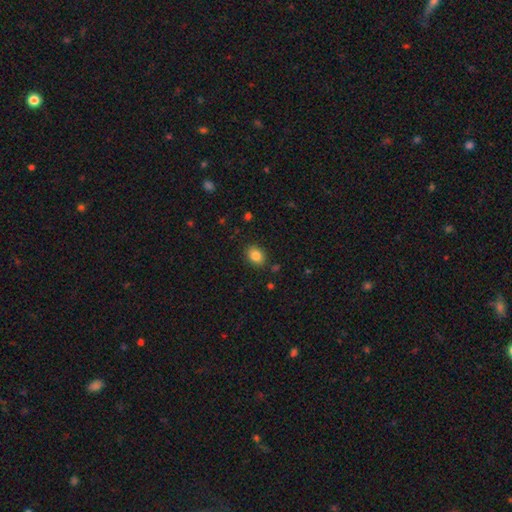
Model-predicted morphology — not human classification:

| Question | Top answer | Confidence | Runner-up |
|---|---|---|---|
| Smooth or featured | smooth | 85% | star or artifact (9%) |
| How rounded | in between | 66% | round (33%) |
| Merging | none | 86% | minor disturbance (10%) |